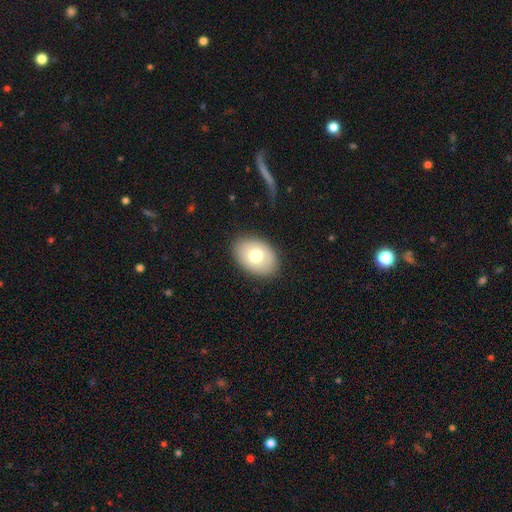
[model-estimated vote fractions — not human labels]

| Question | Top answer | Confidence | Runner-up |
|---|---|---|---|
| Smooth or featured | smooth | 72% | featured or disk (21%) |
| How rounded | in between | 83% | round (16%) |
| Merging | none | 86% | minor disturbance (10%) |